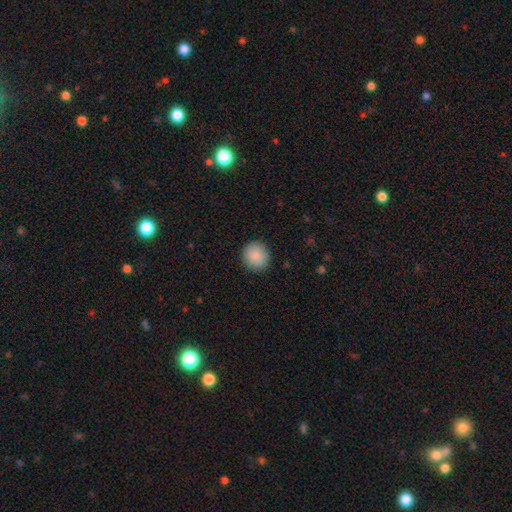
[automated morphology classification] A smooth galaxy with no disk features (88%) that is round (89%).

Vote fractions:
- Smooth or featured? smooth: 88% / star or artifact: 7% / featured or disk: 5%
- How rounded? round: 89% / in between: 10% / cigar-shaped: 1%
- Merging? none: 90% / minor disturbance: 7% / major disturbance: 2% / merger: 1%